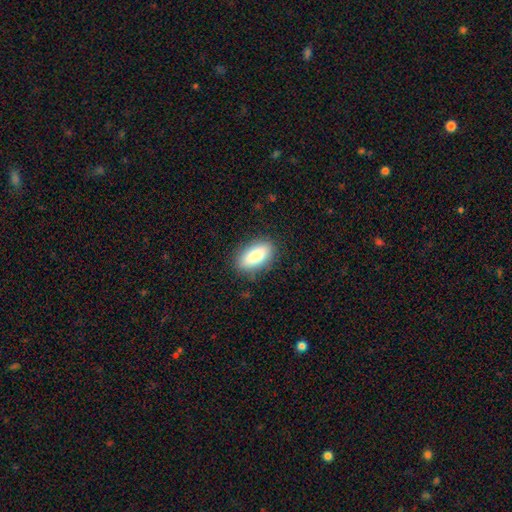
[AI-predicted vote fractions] This appears to be a smooth galaxy with no disk features (80%) that is in between round and cigar-shaped (86%). Merging: none (85%).